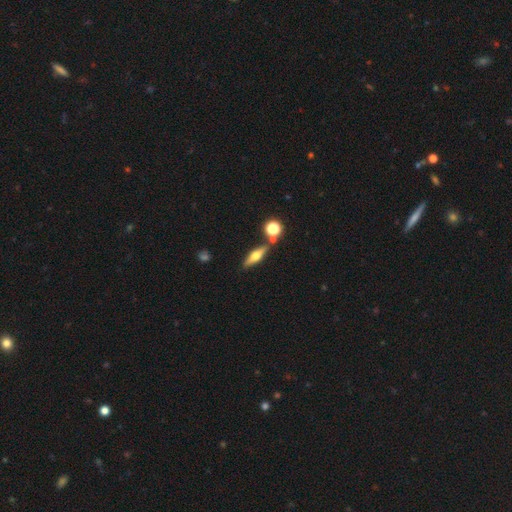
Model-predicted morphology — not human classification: type=featured or disk (49%); merging=none (77%).